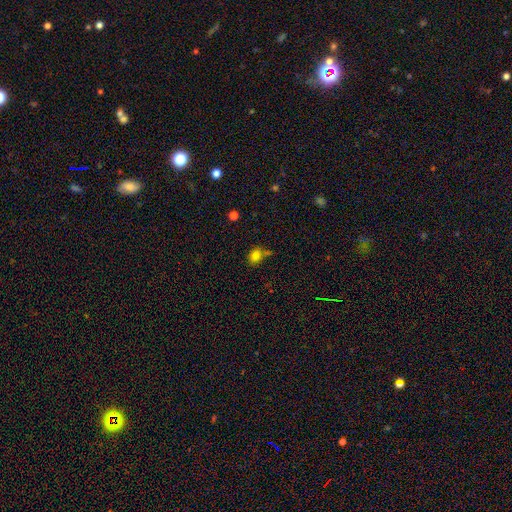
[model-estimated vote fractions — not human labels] Smooth or featured? Predicted: smooth (p=0.80). How rounded? Predicted: in between (p=0.52). Merging? Predicted: none (p=0.61).